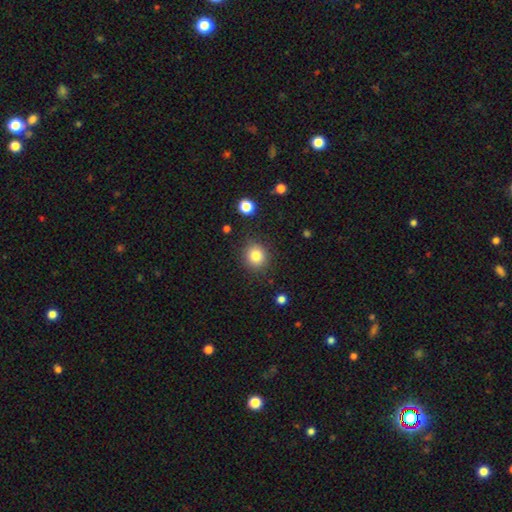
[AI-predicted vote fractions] smooth-or-featured: smooth: 82% | star or artifact: 11% | featured or disk: 7%
  how-rounded: round: 85% | in between: 14% | cigar-shaped: 1%
  merging: none: 86% | minor disturbance: 9% | major disturbance: 3% | merger: 2%